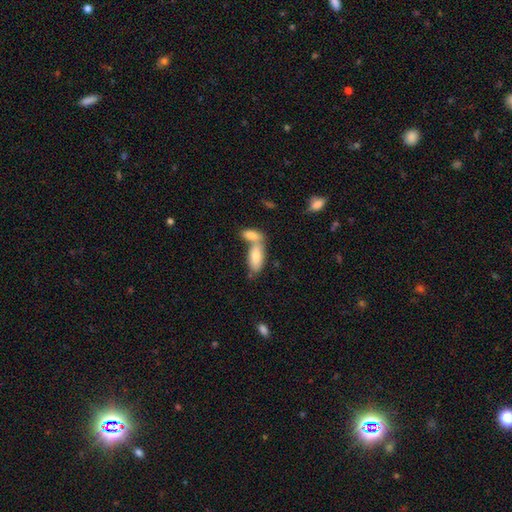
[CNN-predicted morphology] The model was most divided on "merging": merger: 53%, none: 35%, minor disturbance: 9%, major disturbance: 3%. More confident: how rounded — in between (84%); smooth or featured — smooth (75%).